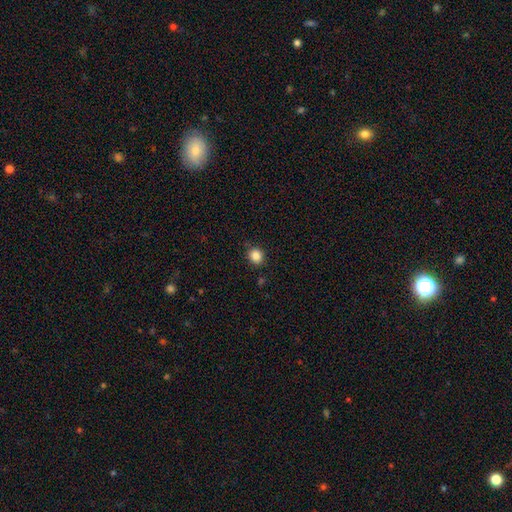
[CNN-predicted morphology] Overall: smooth (86%). How rounded: round (75%). Merging: none (86%).